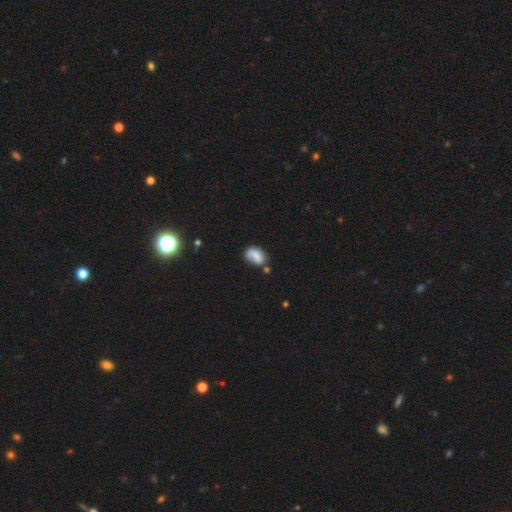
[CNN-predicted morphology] Overall: smooth (62%; featured or disk 29%). How rounded: in between (82%). Merging: none (48%; minor disturbance 28%).